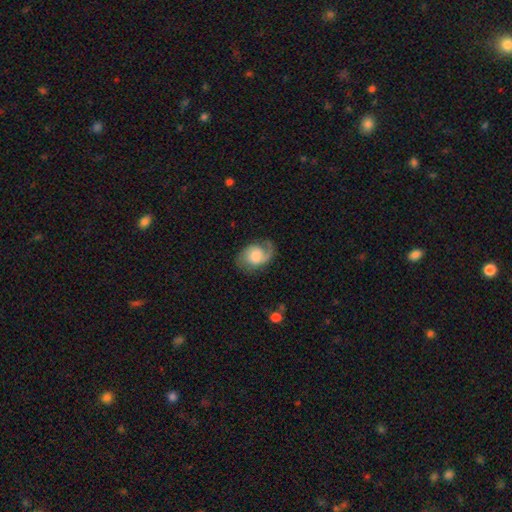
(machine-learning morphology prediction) Smooth or featured?
  - featured or disk: 68% *
  - smooth: 25%
  - star or artifact: 7%
Edge-on disk?
  - no: 97% *
  - yes: 3%
Bar?
  - no: 61% *
  - weak: 34%
  - strong: 5%
Spiral arms?
  - yes: 93% *
  - no: 7%
Spiral winding?
  - medium: 46% *
  - loose: 30%
  - tight: 24%
Spiral arm count?
  - 2: 60% *
  - 1: 31%
  - can't tell: 6%
  - 3: 1%
  - 4: 1%
  - more than 4: 1%
Bulge size?
  - moderate: 48% *
  - small: 26%
  - large: 17%
  - none: 6%
  - dominant: 2%
Merging?
  - none: 66% *
  - minor disturbance: 21%
  - major disturbance: 12%
  - merger: 1%